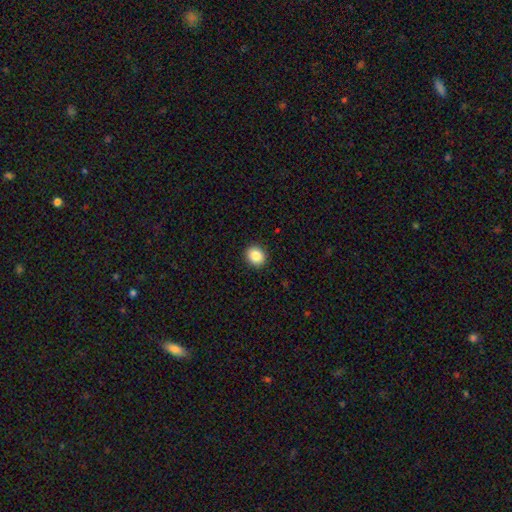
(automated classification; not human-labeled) A smooth galaxy with no disk features (87%) that is round (69%).

Vote fractions:
- Smooth or featured? smooth: 87% / star or artifact: 9% / featured or disk: 4%
- How rounded? round: 69% / in between: 30% / cigar-shaped: 1%
- Merging? none: 92% / minor disturbance: 5% / major disturbance: 2% / merger: 1%